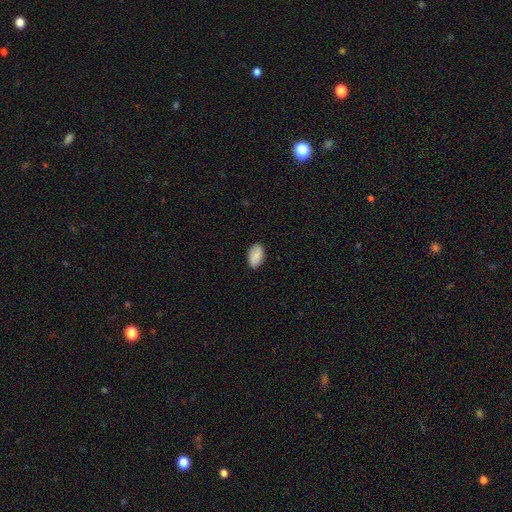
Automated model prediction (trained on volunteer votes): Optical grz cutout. It shows a smooth galaxy with no disk features (84%) that is in between round and cigar-shaped (94%). Merging: none (87%).